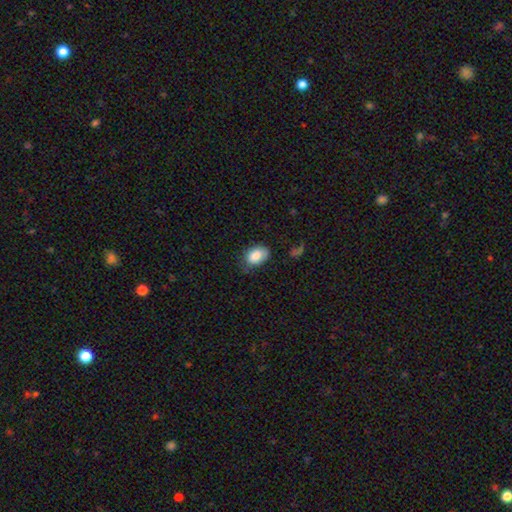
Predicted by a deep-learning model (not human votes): Q: Smooth or featured?
A: smooth (85%); runner-up: star or artifact (7%)
Q: How rounded?
A: in between (83%); runner-up: round (16%)
Q: Merging?
A: none (63%); runner-up: minor disturbance (28%)